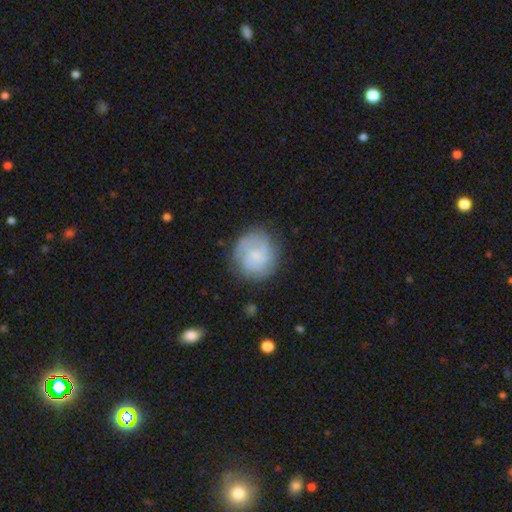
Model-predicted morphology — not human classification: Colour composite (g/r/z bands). It shows a featured or disk galaxy (52%) with no bar (64%), spiral arms (79%) and a small central bulge (55%). Merging: none (74%).